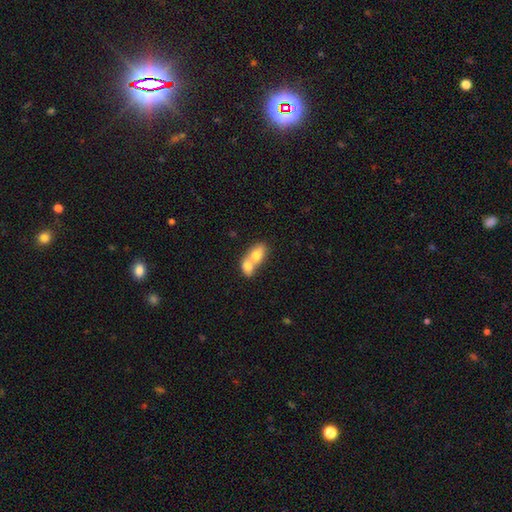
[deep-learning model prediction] The model was most divided on "smooth or featured": smooth: 73%, featured or disk: 20%, star or artifact: 7%. More confident: how rounded — in between (79%); merging — merger (78%).